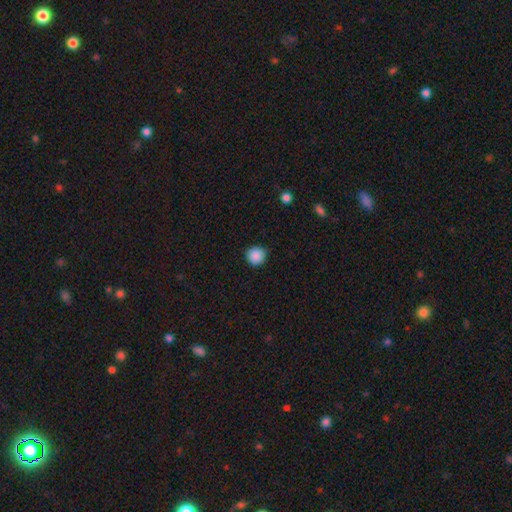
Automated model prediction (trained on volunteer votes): Morphology: type=smooth (88%); roundness=round (93%); merging=none (89%).